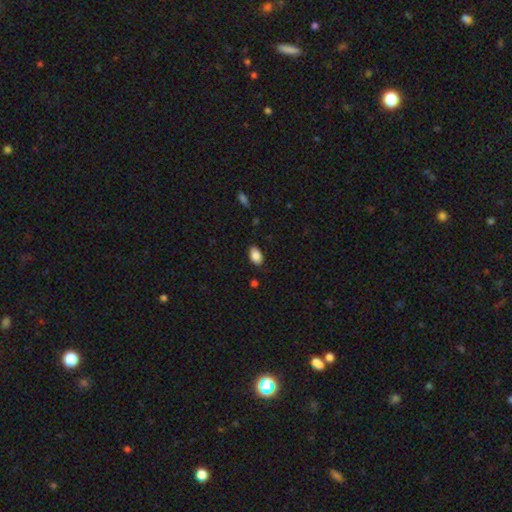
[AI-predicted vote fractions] smooth-or-featured: smooth: 87% | star or artifact: 7% | featured or disk: 6%
  how-rounded: in between: 92% | round: 7% | cigar-shaped: 1%
  merging: none: 84% | minor disturbance: 12% | major disturbance: 2% | merger: 1%